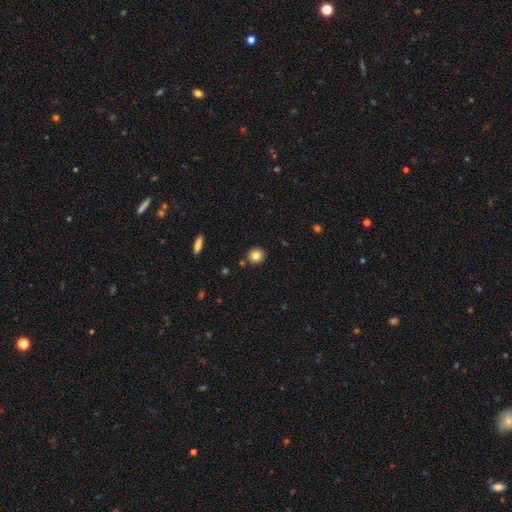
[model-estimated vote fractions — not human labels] A smooth galaxy with no disk features (81%) that is round (90%).

Vote fractions:
- Smooth or featured? smooth: 81% / star or artifact: 10% / featured or disk: 8%
- How rounded? round: 90% / in between: 9% / cigar-shaped: 1%
- Merging? none: 88% / minor disturbance: 7% / merger: 3% / major disturbance: 2%